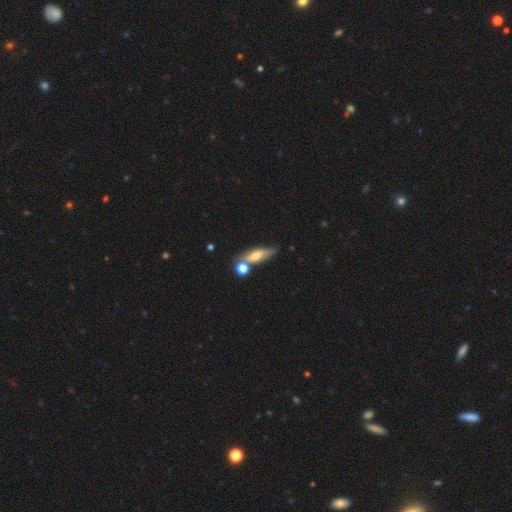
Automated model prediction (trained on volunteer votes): This is possibly a smooth galaxy (51%). How rounded: possibly in between (49%). Merging: possibly none (57%).